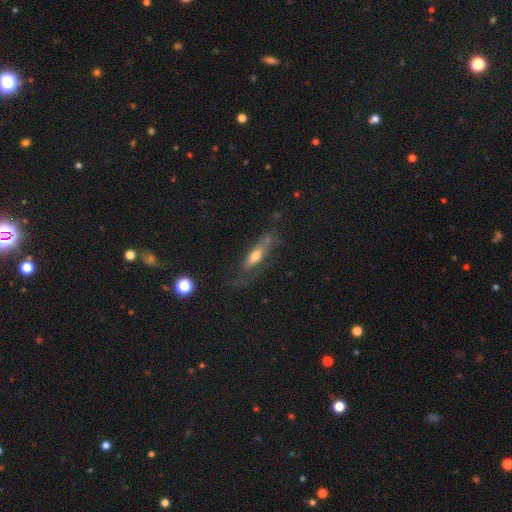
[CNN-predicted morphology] Smooth or featured: smooth — 53% (featured or disk — 40%)
How rounded: cigar-shaped — 54% (in between — 43%)
Merging: none — 54% (minor disturbance — 26%)